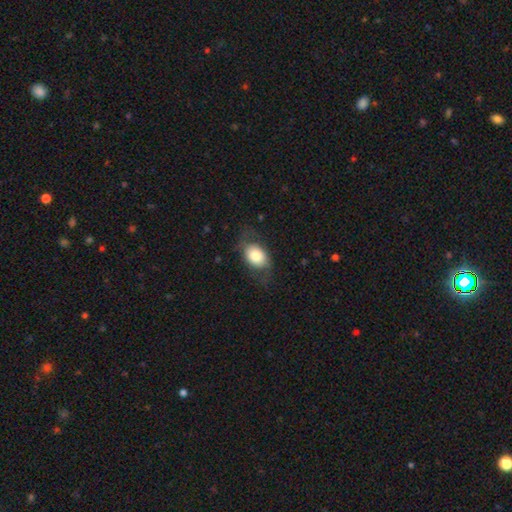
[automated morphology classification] A smooth galaxy with no disk features (71%) that is in between round and cigar-shaped (74%). Merging: none (66%).